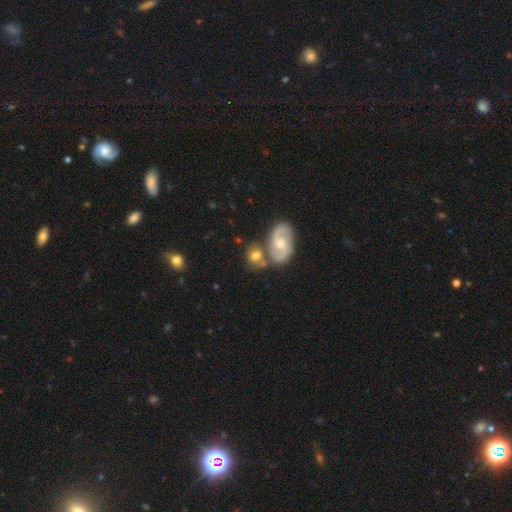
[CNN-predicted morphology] Q: Smooth or featured?
A: smooth (51%); runner-up: featured or disk (42%)
Q: How rounded?
A: round (49%); runner-up: in between (48%)
Q: Merging?
A: none (54%); runner-up: merger (28%)